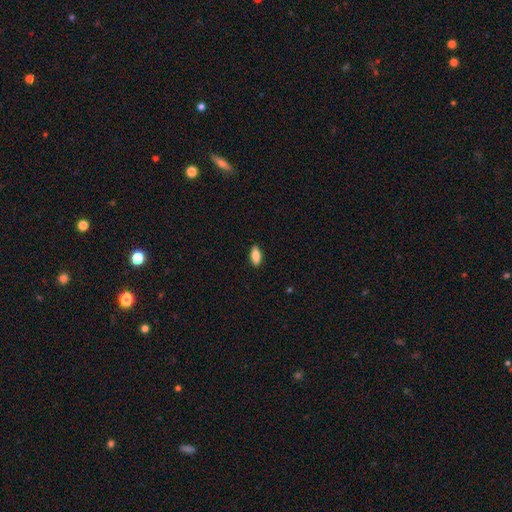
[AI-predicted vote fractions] Morphology: type=smooth (85%); roundness=in between (82%); merging=none (88%).